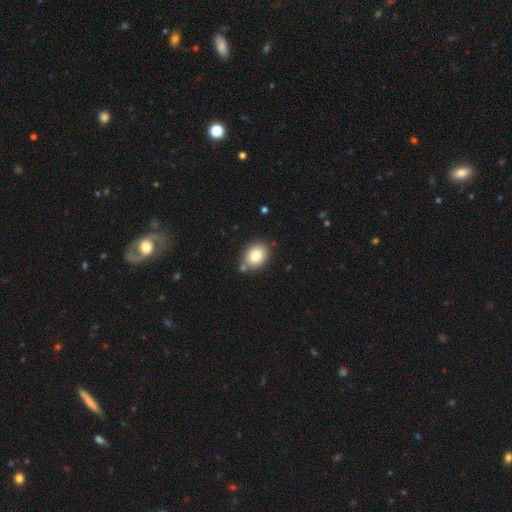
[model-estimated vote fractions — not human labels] smooth-or-featured: smooth: 82% | featured or disk: 9% | star or artifact: 8%
  how-rounded: in between: 60% | round: 39% | cigar-shaped: 1%
  merging: none: 78% | minor disturbance: 12% | merger: 7% | major disturbance: 3%